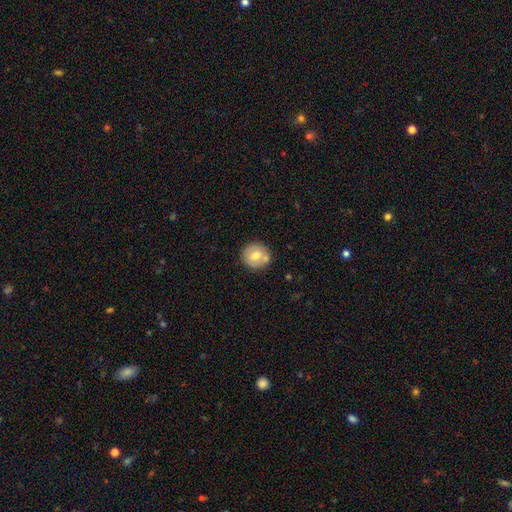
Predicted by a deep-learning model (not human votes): The model was most divided on "smooth or featured": smooth: 69%, featured or disk: 23%, star or artifact: 8%. More confident: how rounded — round (91%); merging — none (73%).